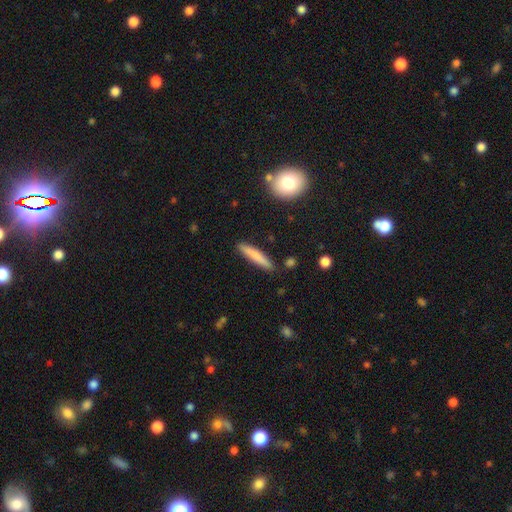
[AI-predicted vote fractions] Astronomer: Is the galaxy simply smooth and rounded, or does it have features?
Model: smooth — 76%.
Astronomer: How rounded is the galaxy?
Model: cigar-shaped — 91%.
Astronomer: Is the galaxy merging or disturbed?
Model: none — 87%.